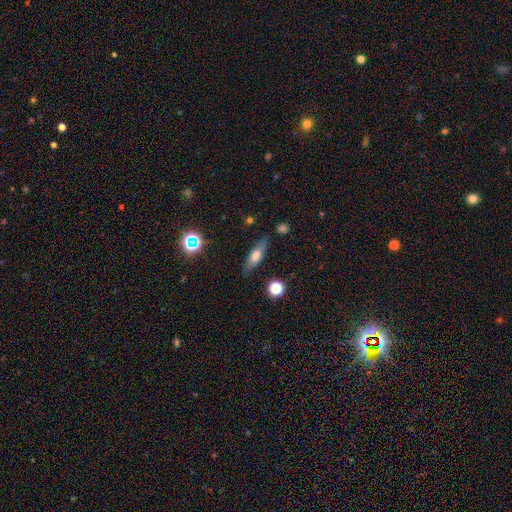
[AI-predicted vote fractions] Smooth or featured? smooth (55%)
How rounded? cigar-shaped (53%)
Merging? none (83%)